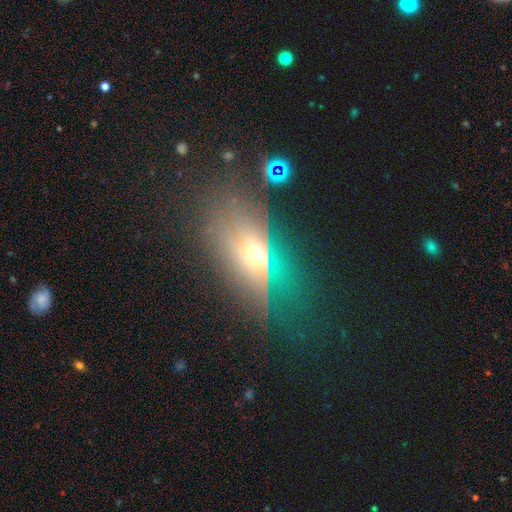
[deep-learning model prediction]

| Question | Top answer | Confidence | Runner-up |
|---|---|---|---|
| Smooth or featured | featured or disk | 42% | smooth (39%) |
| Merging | none | 51% | major disturbance (23%) |